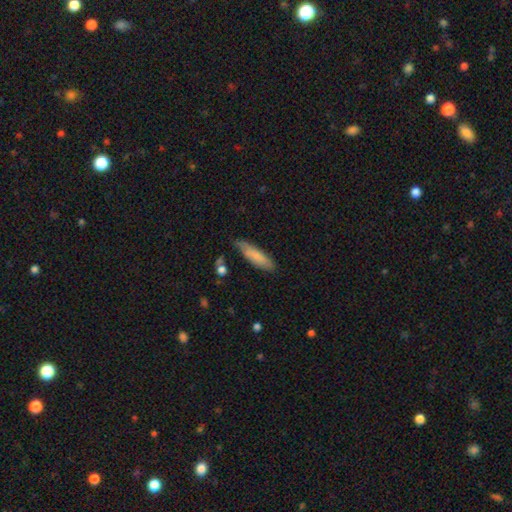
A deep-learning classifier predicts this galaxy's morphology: Smooth or featured: smooth — 77% (featured or disk — 17%)
How rounded: cigar-shaped — 68% (in between — 30%)
Merging: none — 73% (minor disturbance — 21%)